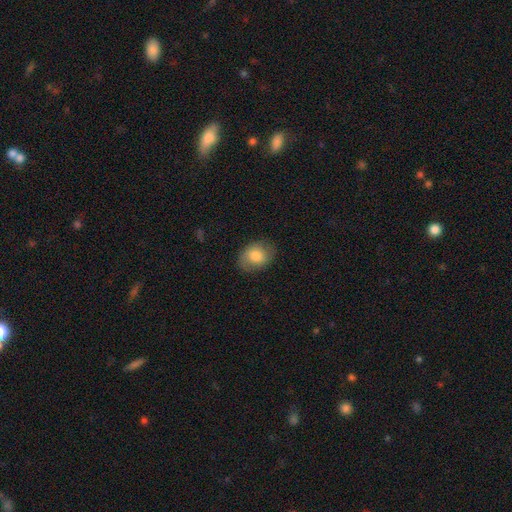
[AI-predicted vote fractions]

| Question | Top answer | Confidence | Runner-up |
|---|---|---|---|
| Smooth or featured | smooth | 76% | featured or disk (17%) |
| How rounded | in between | 65% | round (34%) |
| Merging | none | 78% | minor disturbance (16%) |